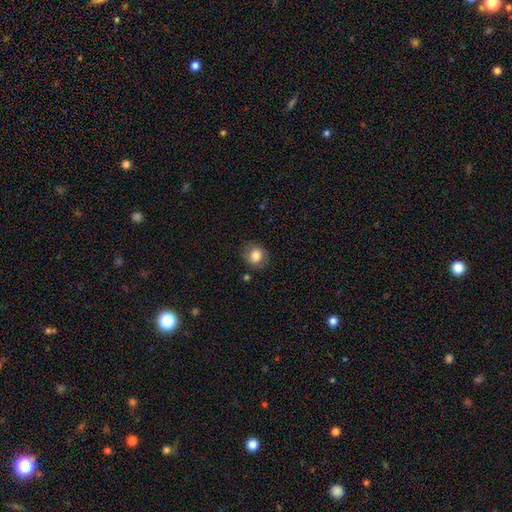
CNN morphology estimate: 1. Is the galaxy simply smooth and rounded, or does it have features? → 80% smooth, 12% featured or disk, 8% star or artifact.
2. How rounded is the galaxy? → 67% round, 32% in between, 1% cigar-shaped.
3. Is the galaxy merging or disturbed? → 77% none, 16% minor disturbance, 5% major disturbance, 2% merger.